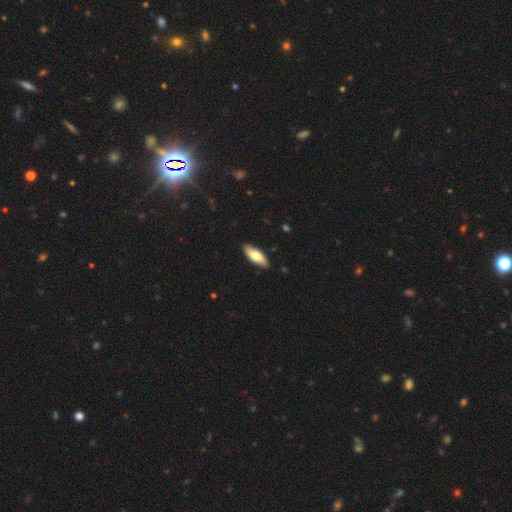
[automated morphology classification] smooth-or-featured: smooth: 70% | featured or disk: 24% | star or artifact: 5%
  how-rounded: in between: 74% | cigar-shaped: 24% | round: 2%
  merging: none: 88% | minor disturbance: 10% | major disturbance: 2% | merger: 1%